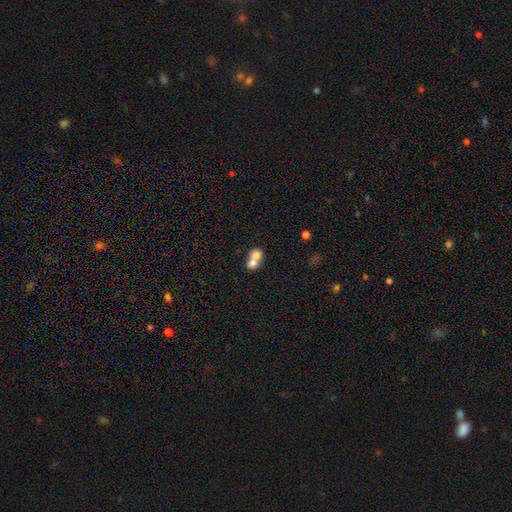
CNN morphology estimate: smooth-or-featured: smooth: 73% | featured or disk: 19% | star or artifact: 9%
  how-rounded: round: 67% | in between: 32% | cigar-shaped: 1%
  merging: merger: 75% | none: 19% | minor disturbance: 4% | major disturbance: 2%